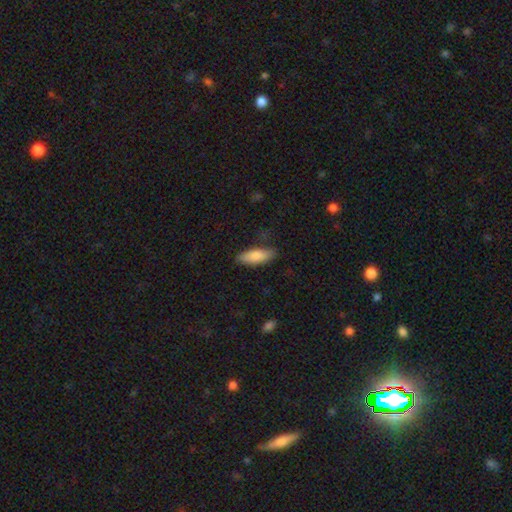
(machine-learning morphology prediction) A smooth galaxy with no disk features (84%) that is in between round and cigar-shaped (64%). Merging: none (79%).